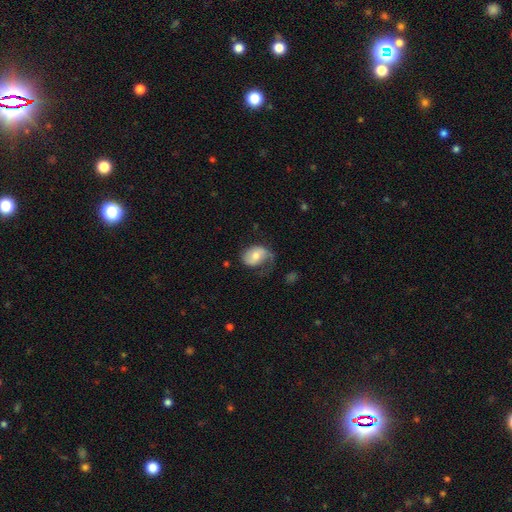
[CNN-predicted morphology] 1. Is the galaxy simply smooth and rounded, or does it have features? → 52% smooth, 41% featured or disk, 7% star or artifact.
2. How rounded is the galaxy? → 75% in between, 24% round, 1% cigar-shaped.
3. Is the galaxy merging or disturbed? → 39% none, 31% minor disturbance, 27% major disturbance, 2% merger.